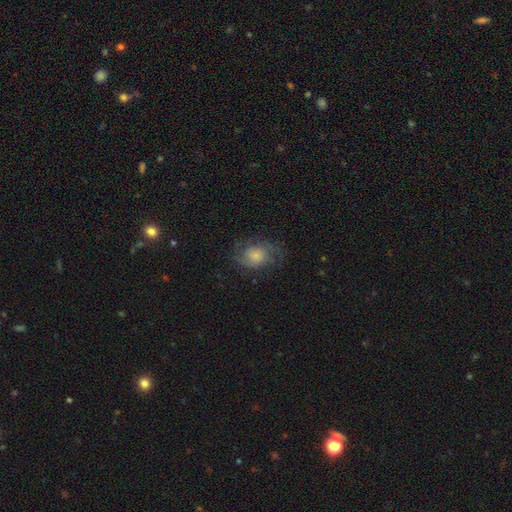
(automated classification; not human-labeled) A featured or disk galaxy (55%) with no bar (79%), spiral arms (86%) and a small central bulge (51%). Merging: none (64%).